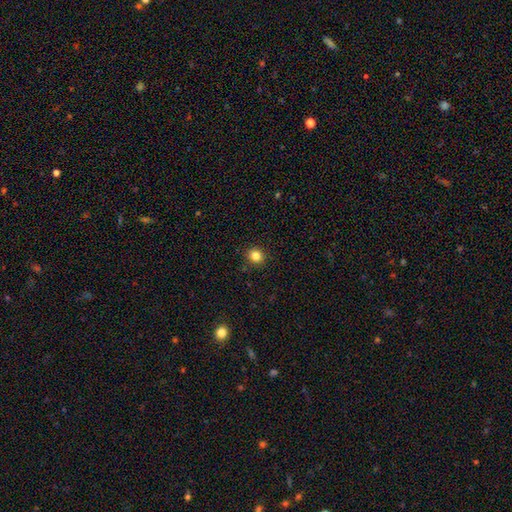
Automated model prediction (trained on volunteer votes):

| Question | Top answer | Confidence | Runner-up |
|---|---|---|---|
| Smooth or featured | smooth | 83% | star or artifact (12%) |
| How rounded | round | 83% | in between (16%) |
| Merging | none | 91% | minor disturbance (6%) |